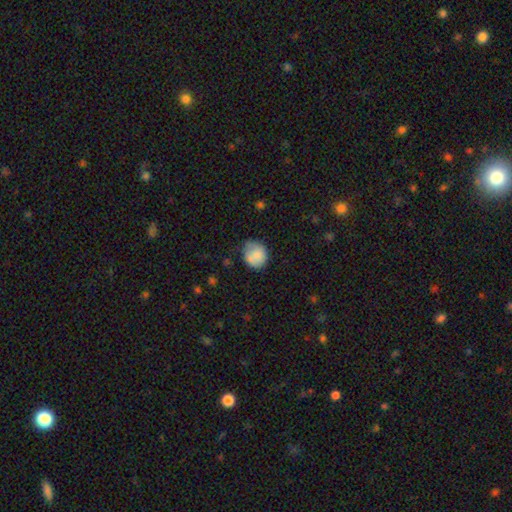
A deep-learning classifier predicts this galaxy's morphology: Q: Smooth or featured?
A: smooth (80%); runner-up: featured or disk (12%)
Q: How rounded?
A: round (73%); runner-up: in between (26%)
Q: Merging?
A: none (57%); runner-up: minor disturbance (30%)